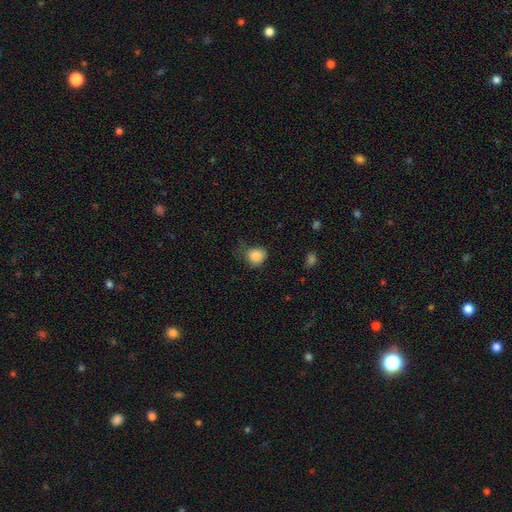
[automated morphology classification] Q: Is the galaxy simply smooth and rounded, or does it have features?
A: smooth — 85%.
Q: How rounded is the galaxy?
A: round — 71%.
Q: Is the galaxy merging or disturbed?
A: none — 55%.